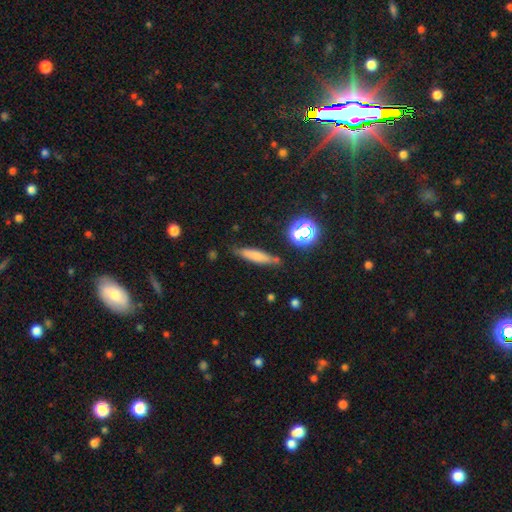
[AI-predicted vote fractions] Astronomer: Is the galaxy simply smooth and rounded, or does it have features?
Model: smooth — 66%.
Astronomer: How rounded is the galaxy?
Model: cigar-shaped — 78%.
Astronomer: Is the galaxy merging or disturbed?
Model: none — 73%.